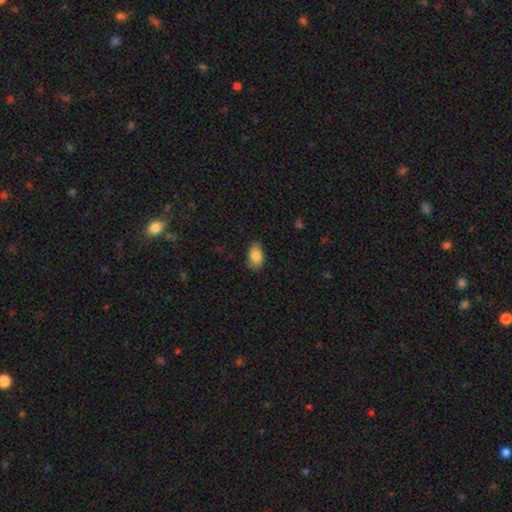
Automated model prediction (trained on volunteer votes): The model was most divided on "merging": none: 78%, minor disturbance: 17%, major disturbance: 3%, merger: 1%. More confident: how rounded — in between (89%); smooth or featured — smooth (86%).